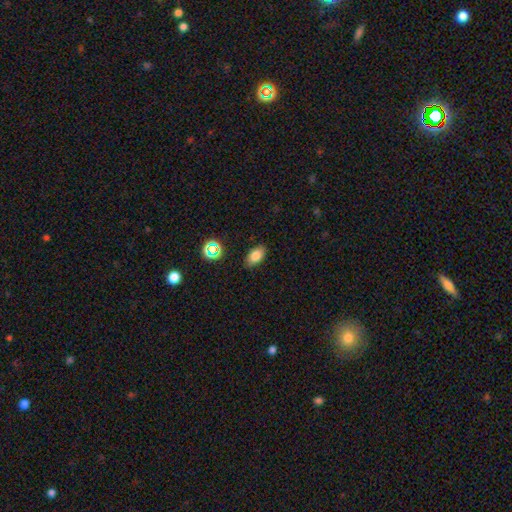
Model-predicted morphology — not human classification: Smooth or featured? smooth (80%)
How rounded? in between (90%)
Merging? none (86%)